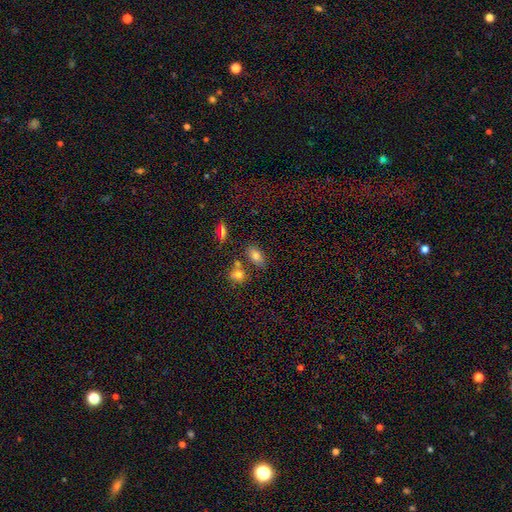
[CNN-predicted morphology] A smooth galaxy with no disk features (76%) that is in between round and cigar-shaped (85%). Merging: none (67%).